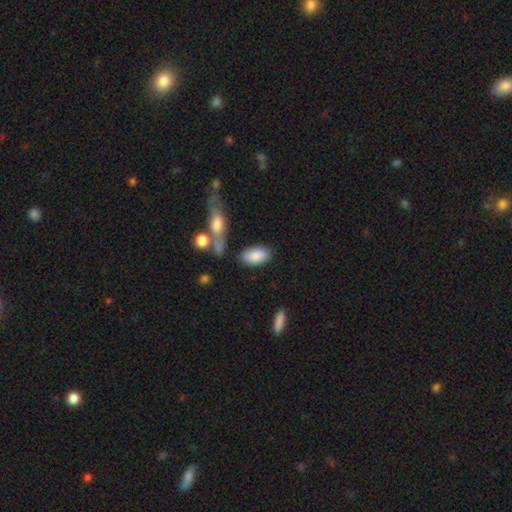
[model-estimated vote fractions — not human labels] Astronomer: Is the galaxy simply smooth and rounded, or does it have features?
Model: smooth — 87%.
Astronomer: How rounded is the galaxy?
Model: in between — 93%.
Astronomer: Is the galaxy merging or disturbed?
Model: none — 77%.